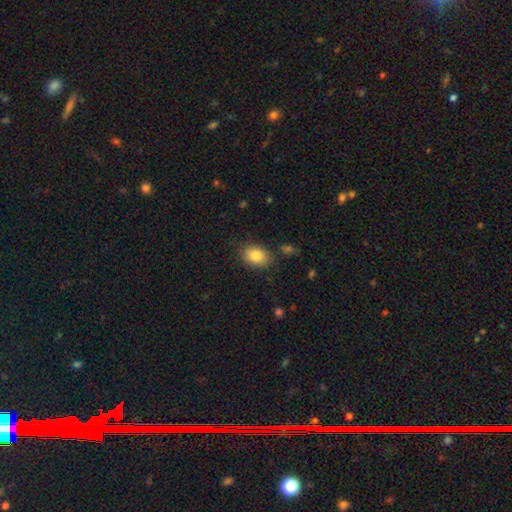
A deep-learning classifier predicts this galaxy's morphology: smooth_or_featured: smooth (p=0.85) [alt: star or artifact p=0.08]
how_rounded: in between (p=0.78) [alt: round p=0.21]
merging: none (p=0.82) [alt: minor disturbance p=0.12]